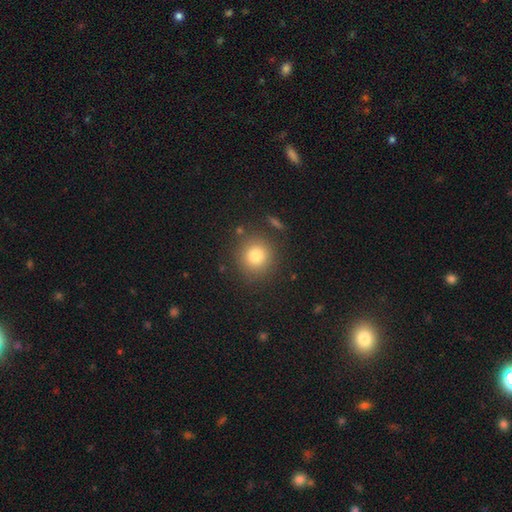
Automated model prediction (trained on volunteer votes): This appears to be a smooth galaxy with no disk features (80%) that is round (92%). Merging: none (86%).